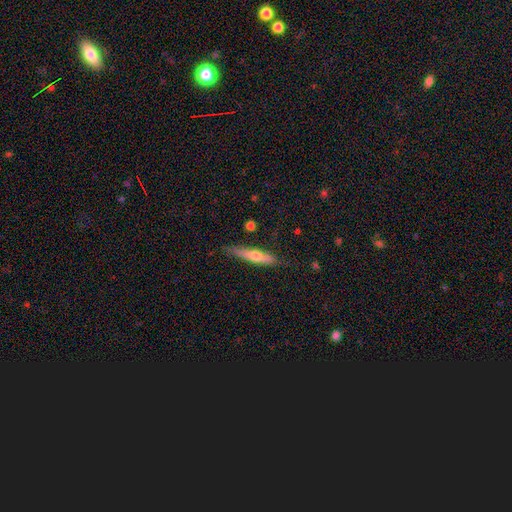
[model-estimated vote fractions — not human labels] smooth 49%, featured or disk 45%, star or artifact 6%. Down the decision tree: merging — none (77%).